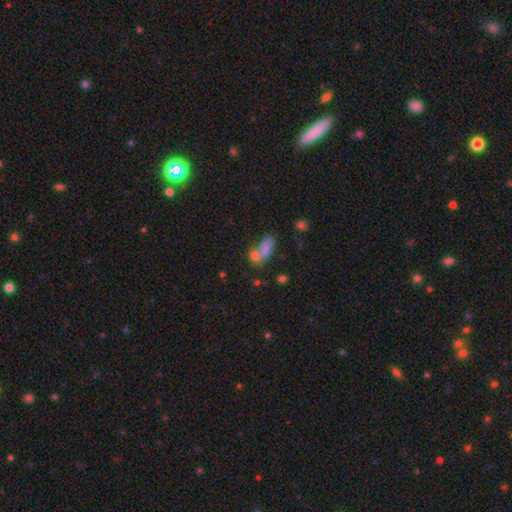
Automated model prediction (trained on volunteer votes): Q: Smooth or featured?
A: smooth (74%); runner-up: star or artifact (13%)
Q: How rounded?
A: in between (72%); runner-up: round (17%)
Q: Merging?
A: merger (48%); runner-up: none (34%)